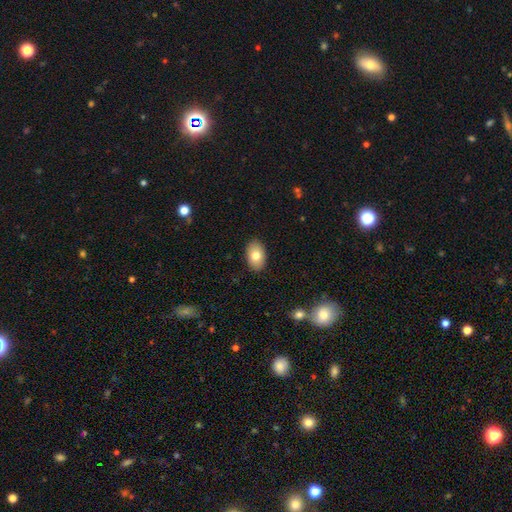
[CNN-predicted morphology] Smooth or featured?
  - smooth: 79% *
  - featured or disk: 14%
  - star or artifact: 7%
How rounded?
  - in between: 91% *
  - round: 8%
  - cigar-shaped: 1%
Merging?
  - none: 89% *
  - minor disturbance: 8%
  - major disturbance: 2%
  - merger: 1%